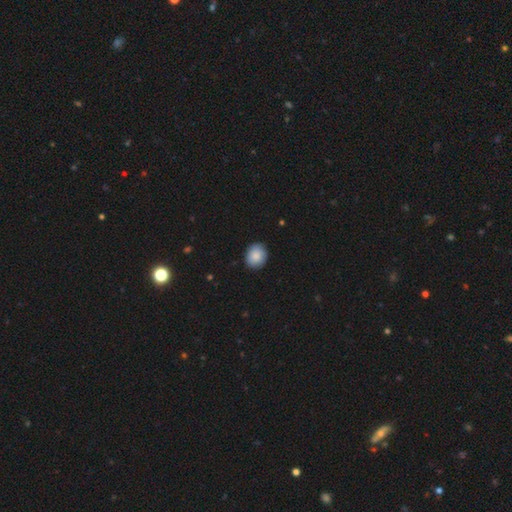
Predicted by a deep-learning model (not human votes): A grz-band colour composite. It shows a smooth galaxy with no disk features (87%) that is round (58%). Merging: none (88%).